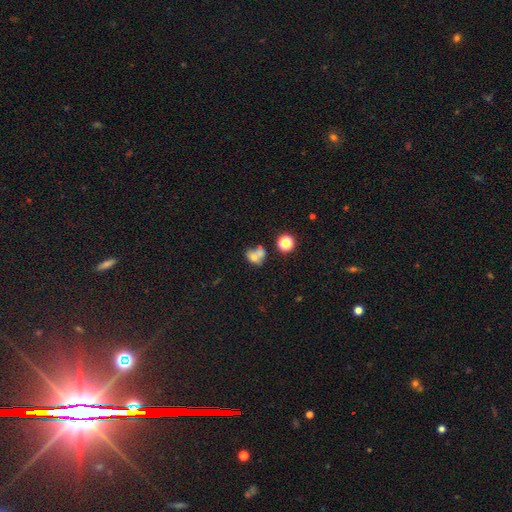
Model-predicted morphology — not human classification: The model was most divided on "how rounded": round: 51%, in between: 47%, cigar-shaped: 1%. More confident: smooth or featured — smooth (64%); merging — merger (57%).